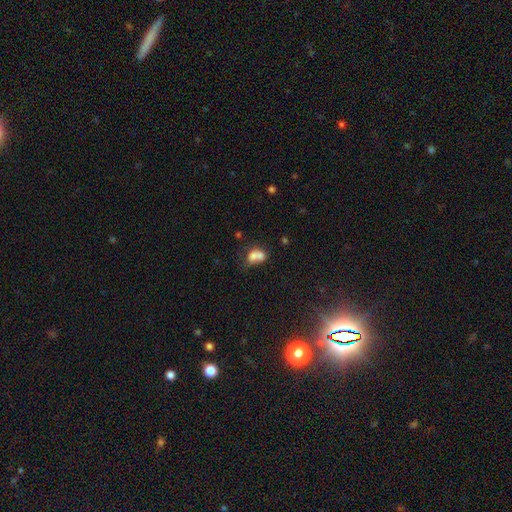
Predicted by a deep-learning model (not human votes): A smooth galaxy with no disk features (71%) that is in between round and cigar-shaped (63%). Merging: merger (64%).